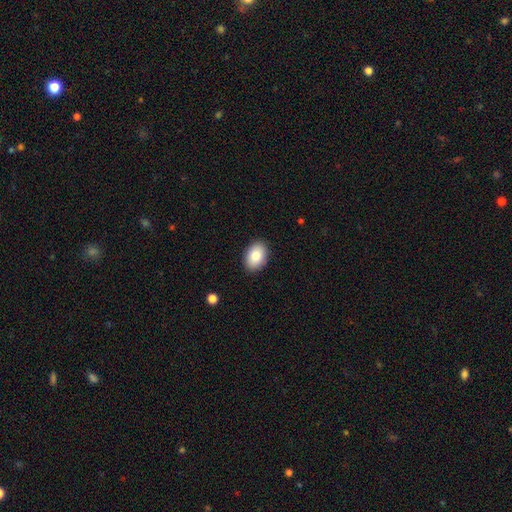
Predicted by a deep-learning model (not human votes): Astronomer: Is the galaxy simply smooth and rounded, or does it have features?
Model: smooth — 83%.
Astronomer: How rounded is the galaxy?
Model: in between — 84%.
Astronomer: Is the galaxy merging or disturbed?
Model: none — 90%.